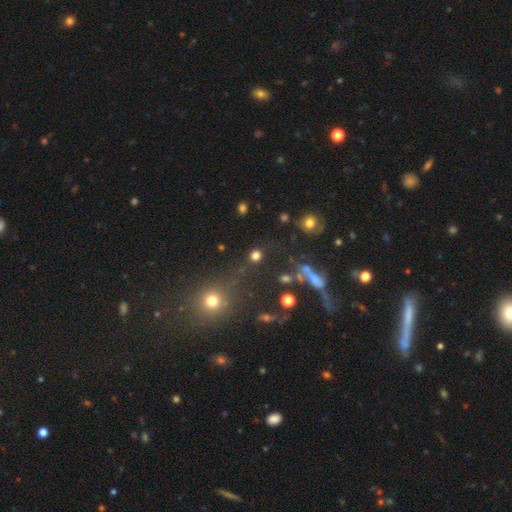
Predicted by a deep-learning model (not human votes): Q: Smooth or featured?
A: smooth (74%); runner-up: star or artifact (19%)
Q: How rounded?
A: round (85%); runner-up: in between (13%)
Q: Merging?
A: none (76%); runner-up: minor disturbance (10%)